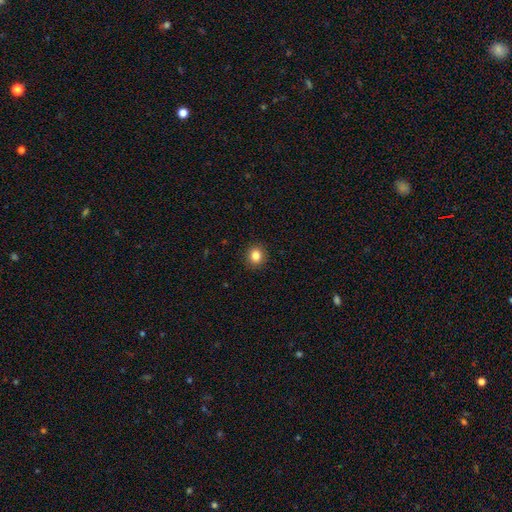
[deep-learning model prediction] This is clearly a smooth galaxy (84%). How rounded: clearly round (85%). Merging: clearly none (92%).